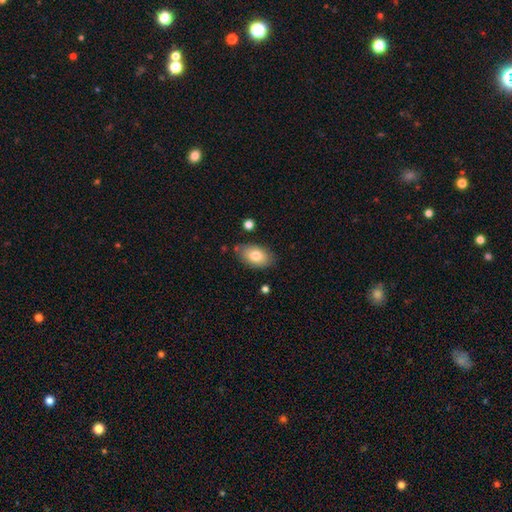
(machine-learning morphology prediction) Q: Smooth or featured?
A: smooth (79%); runner-up: featured or disk (14%)
Q: How rounded?
A: in between (91%); runner-up: round (8%)
Q: Merging?
A: none (78%); runner-up: minor disturbance (16%)